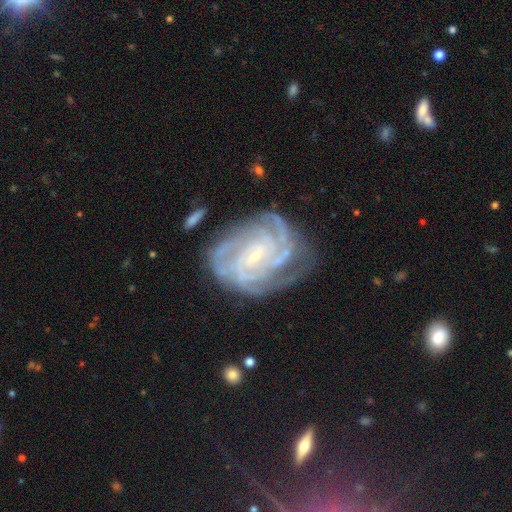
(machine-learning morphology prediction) This appears to be a featured or disk galaxy (90%) with no bar (48%), 4 (37%) tight (73%) spiral arms (98%) and a small central bulge (83%). Merging: none (71%).